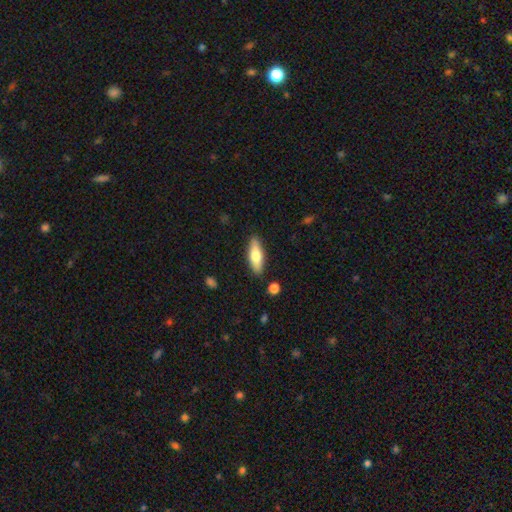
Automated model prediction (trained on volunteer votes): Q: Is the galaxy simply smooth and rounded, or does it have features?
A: smooth — 66%.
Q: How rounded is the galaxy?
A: in between — 54%.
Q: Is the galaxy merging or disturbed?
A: none — 87%.